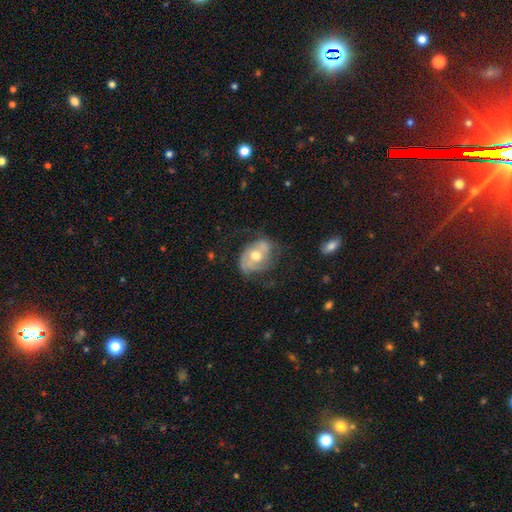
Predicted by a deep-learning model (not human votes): featured or disk 62%, smooth 31%, star or artifact 7%. Down the decision tree: edge-on disk — no (96%); bar — no (68%); spiral arms — yes (69%); bulge size — moderate (76%); merging — none (49%).